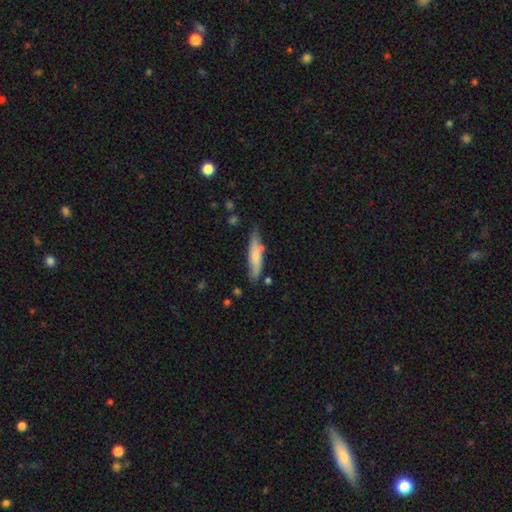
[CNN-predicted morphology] The model was most divided on "smooth or featured": smooth: 72%, featured or disk: 22%, star or artifact: 6%. More confident: how rounded — cigar-shaped (82%); merging — none (75%).